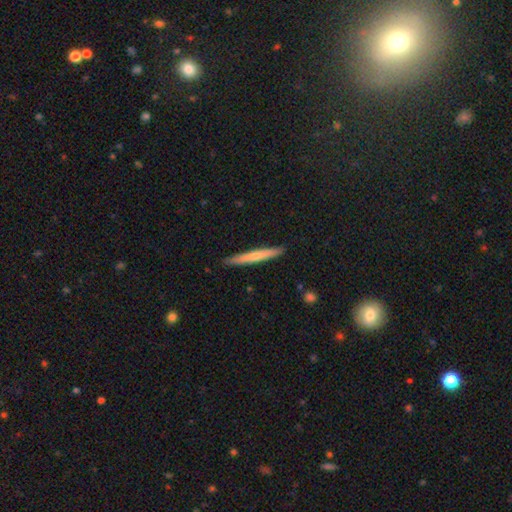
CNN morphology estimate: A smooth galaxy with no disk features (62%) that is cigar-shaped (96%). Merging: none (90%).